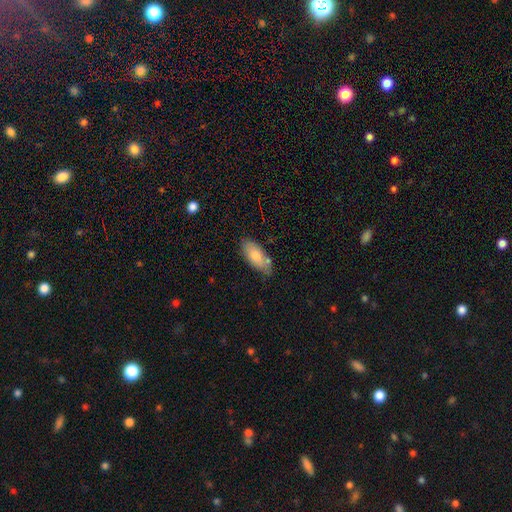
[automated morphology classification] smooth_or_featured: smooth (p=0.75) [alt: featured or disk p=0.19]
how_rounded: in between (p=0.87) [alt: cigar-shaped p=0.11]
merging: none (p=0.70) [alt: minor disturbance p=0.20]